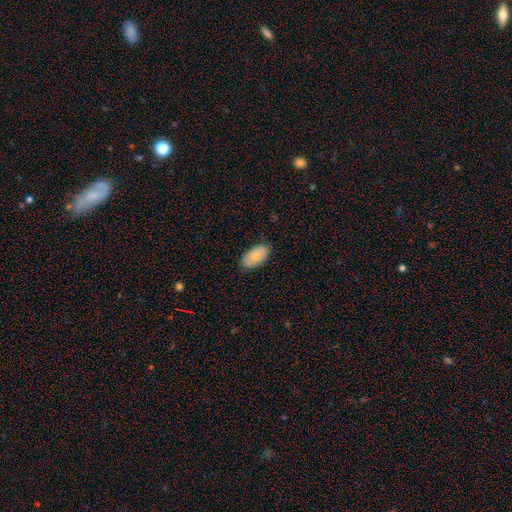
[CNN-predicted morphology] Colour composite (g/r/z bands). It shows a smooth galaxy with no disk features (83%) that is in between round and cigar-shaped (95%). Merging: none (84%).